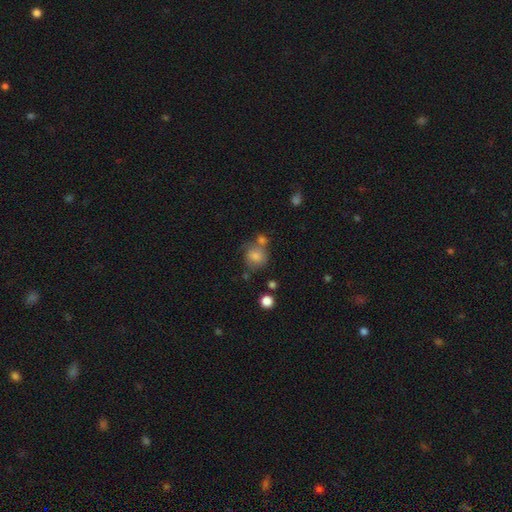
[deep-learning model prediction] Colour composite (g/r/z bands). It shows a smooth galaxy with no disk features (80%) that is round (80%). Merging: none (57%).